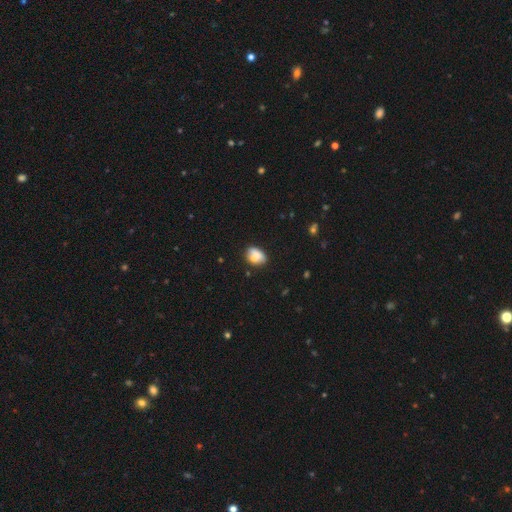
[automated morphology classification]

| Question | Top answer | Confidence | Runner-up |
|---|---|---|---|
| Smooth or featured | smooth | 77% | featured or disk (15%) |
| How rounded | in between | 75% | round (24%) |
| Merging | none | 55% | minor disturbance (25%) |